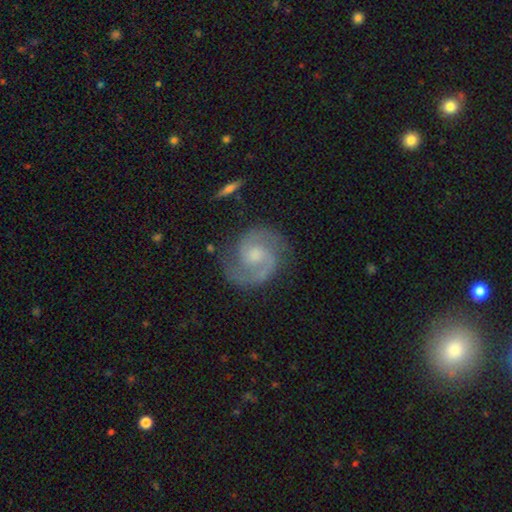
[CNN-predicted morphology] featured or disk 89%, smooth 6%, star or artifact 5%. Down the decision tree: edge-on disk — no (98%); bar — no (51%); spiral arms — yes (98%); spiral arm count — 2 (92%); spiral winding — medium (59%); bulge size — moderate (47%); merging — none (79%).